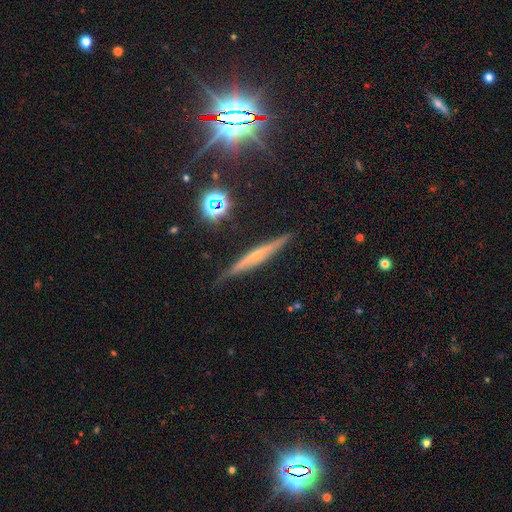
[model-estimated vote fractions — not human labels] Morphology: type=featured or disk (63%); edge-on=yes (95%); edge-on bulge=rounded (50%); merging=none (85%).